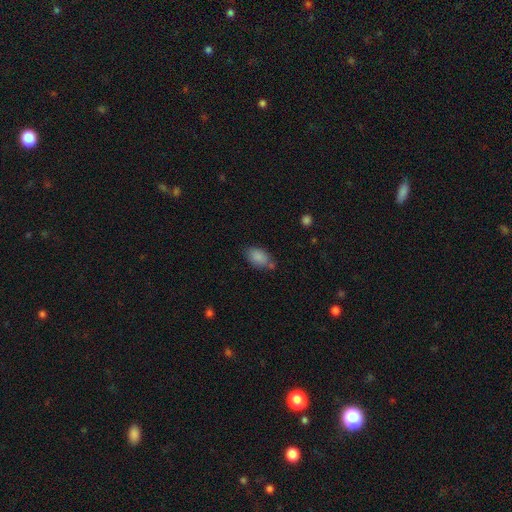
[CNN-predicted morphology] smooth-or-featured: smooth: 84% | star or artifact: 10% | featured or disk: 6%
  how-rounded: in between: 89% | round: 9% | cigar-shaped: 2%
  merging: none: 69% | minor disturbance: 19% | merger: 8% | major disturbance: 5%